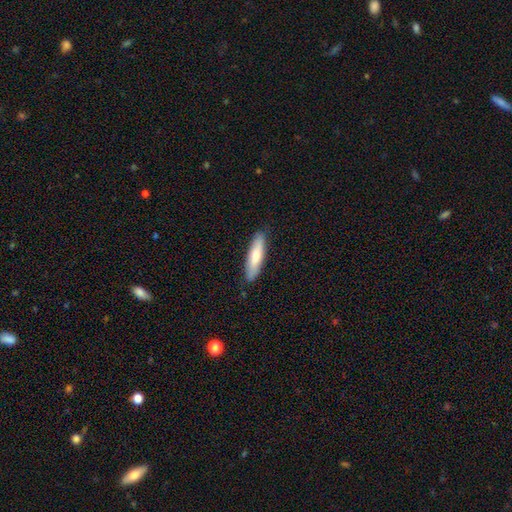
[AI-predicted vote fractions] This is likely a smooth galaxy (73%). How rounded: likely cigar-shaped (70%). Merging: clearly none (87%).